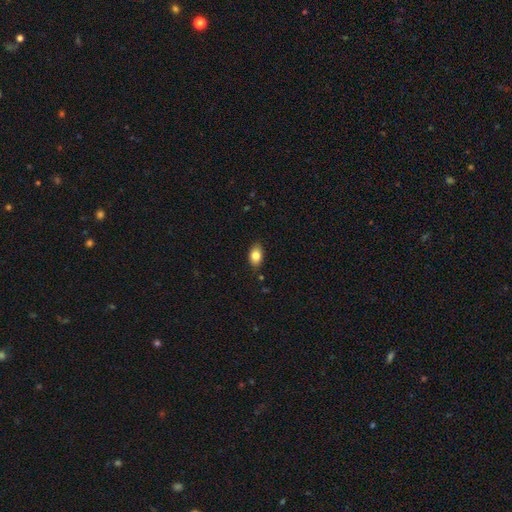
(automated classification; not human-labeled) Smooth or featured? Predicted: smooth (p=0.82). How rounded? Predicted: in between (p=0.87). Merging? Predicted: none (p=0.84).